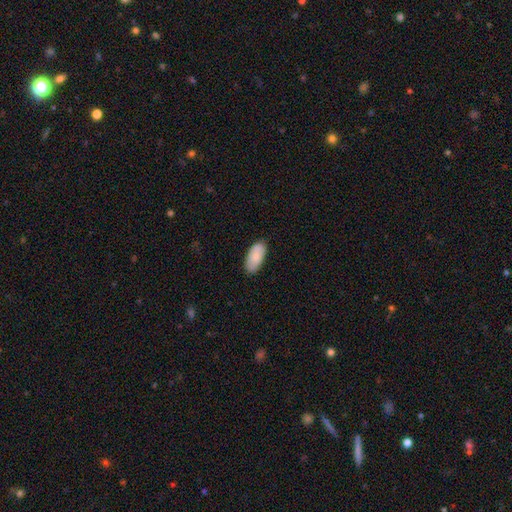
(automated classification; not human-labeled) Smooth or featured? Predicted: smooth (p=0.86). How rounded? Predicted: in between (p=0.93). Merging? Predicted: none (p=0.85).